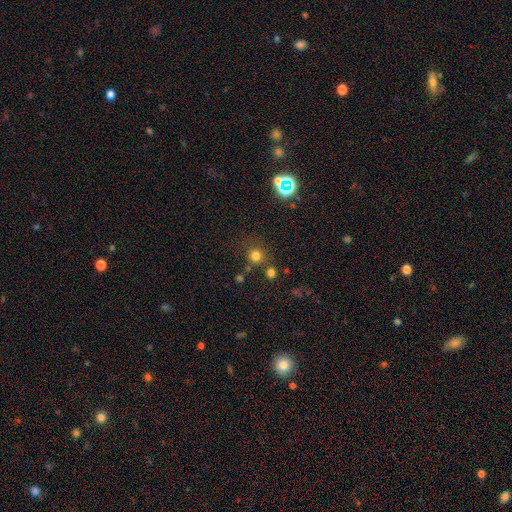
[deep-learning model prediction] Q: Smooth or featured?
A: smooth (72%); runner-up: star or artifact (21%)
Q: How rounded?
A: round (92%); runner-up: in between (7%)
Q: Merging?
A: none (75%); runner-up: merger (12%)